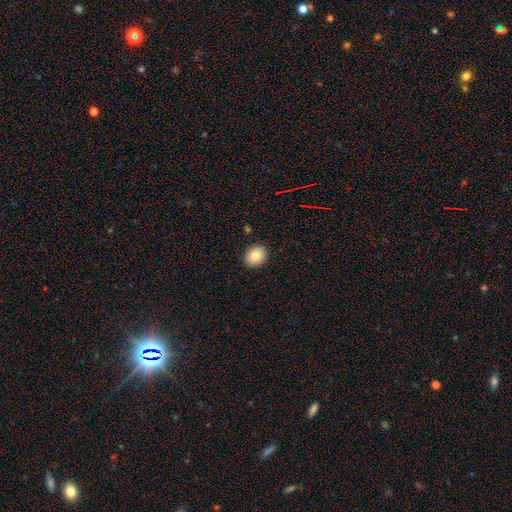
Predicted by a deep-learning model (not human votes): Smooth or featured: smooth — 85% (star or artifact — 8%)
How rounded: round — 64% (in between — 35%)
Merging: none — 90% (minor disturbance — 7%)